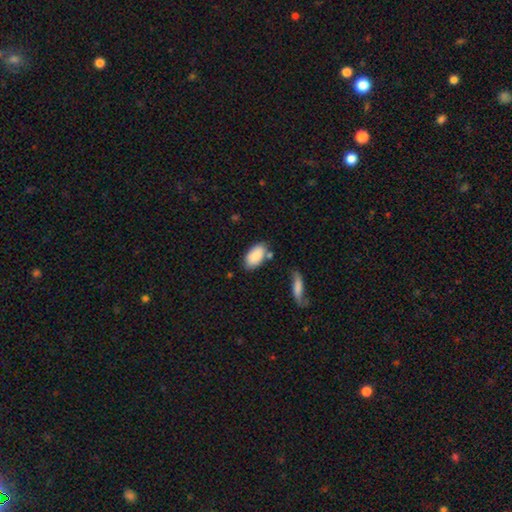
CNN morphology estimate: smooth_or_featured: smooth (p=0.86) [alt: featured or disk p=0.08]
how_rounded: in between (p=0.94) [alt: cigar-shaped p=0.03]
merging: none (p=0.70) [alt: minor disturbance p=0.17]